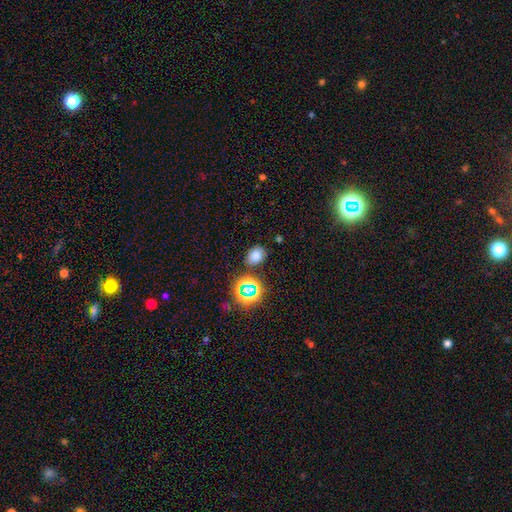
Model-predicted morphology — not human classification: smooth-or-featured: smooth: 71% | star or artifact: 20% | featured or disk: 9%
  how-rounded: in between: 64% | round: 35% | cigar-shaped: 1%
  merging: none: 81% | minor disturbance: 11% | merger: 4% | major disturbance: 3%